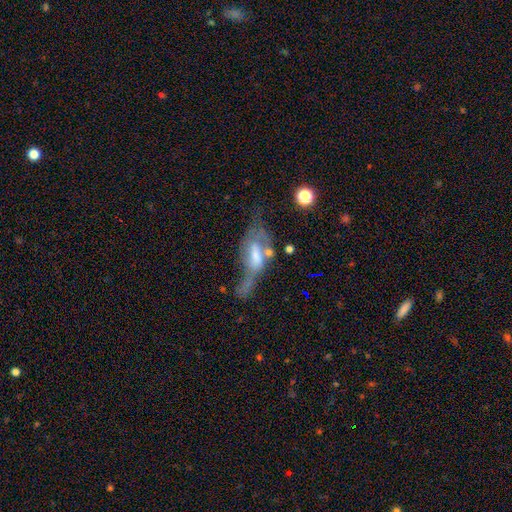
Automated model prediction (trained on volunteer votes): Smooth or featured: featured or disk — 59% (smooth — 30%)
Edge-on disk: no — 80% (yes — 20%)
Merging: major disturbance — 40% (none — 22%)